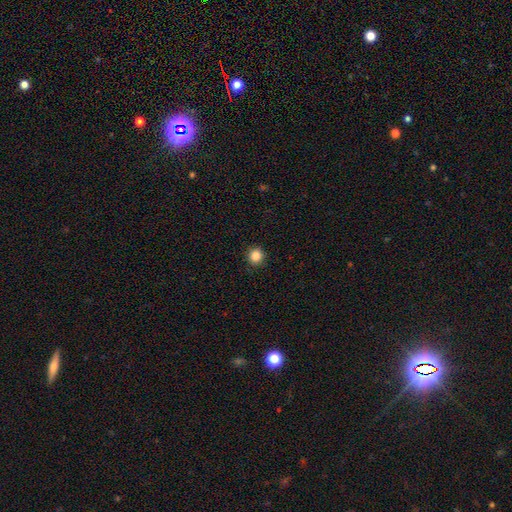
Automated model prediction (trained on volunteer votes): smooth 86%, star or artifact 11%, featured or disk 4%. Down the decision tree: how rounded — round (88%); merging — none (92%).